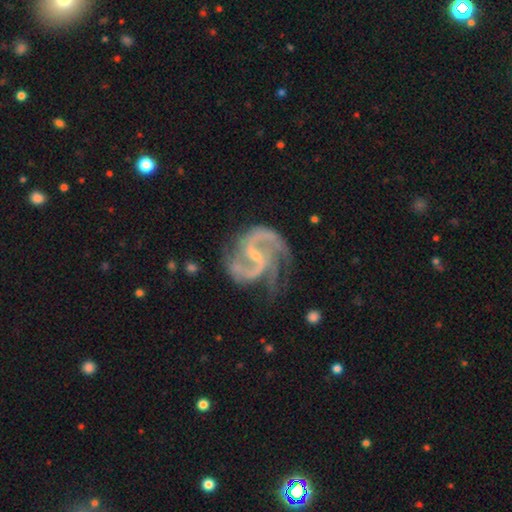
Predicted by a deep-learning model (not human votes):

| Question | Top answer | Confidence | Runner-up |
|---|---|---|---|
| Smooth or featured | featured or disk | 93% | star or artifact (4%) |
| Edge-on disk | no | 98% | yes (2%) |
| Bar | weak | 47% | strong (28%) |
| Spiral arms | yes | 98% | no (2%) |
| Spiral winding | medium | 61% | loose (21%) |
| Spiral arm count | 2 | 70% | 3 (16%) |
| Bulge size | small | 73% | moderate (19%) |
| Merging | none | 64% | minor disturbance (21%) |